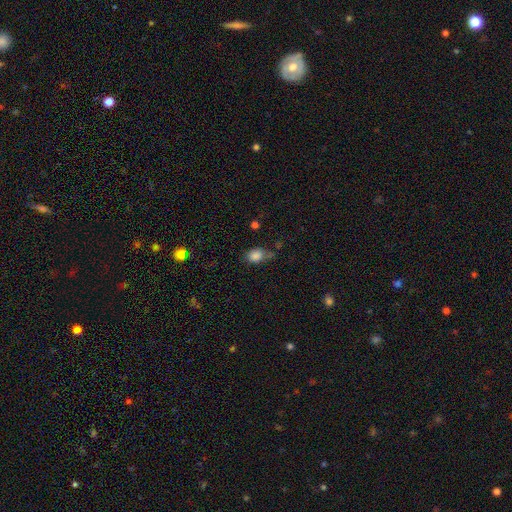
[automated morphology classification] smooth_or_featured: smooth (p=0.84) [alt: star or artifact p=0.11]
how_rounded: in between (p=0.65) [alt: round p=0.33]
merging: none (p=0.52) [alt: minor disturbance p=0.30]